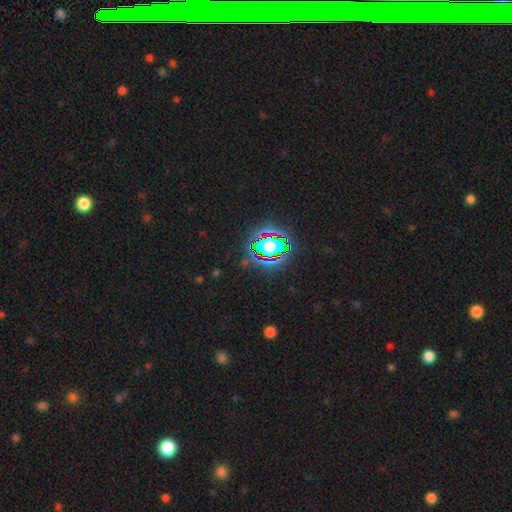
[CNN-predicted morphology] This appears to be a star or artifact, not a galaxy (82%).